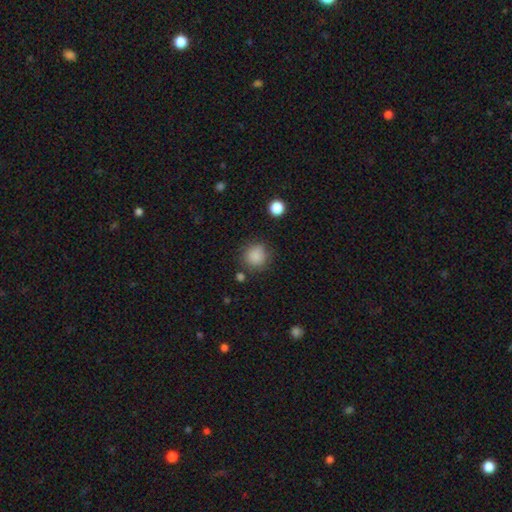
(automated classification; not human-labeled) smooth-or-featured: smooth: 86% | star or artifact: 10% | featured or disk: 4%
  how-rounded: round: 89% | in between: 10% | cigar-shaped: 1%
  merging: none: 78% | minor disturbance: 14% | major disturbance: 5% | merger: 4%